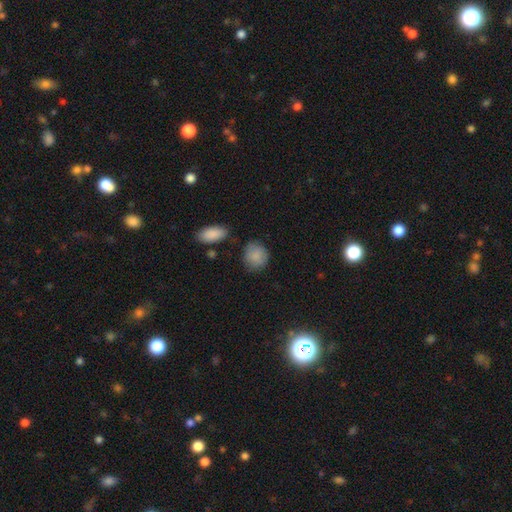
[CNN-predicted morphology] This is clearly a smooth galaxy (87%). How rounded: likely round (76%). Merging: likely none (75%).